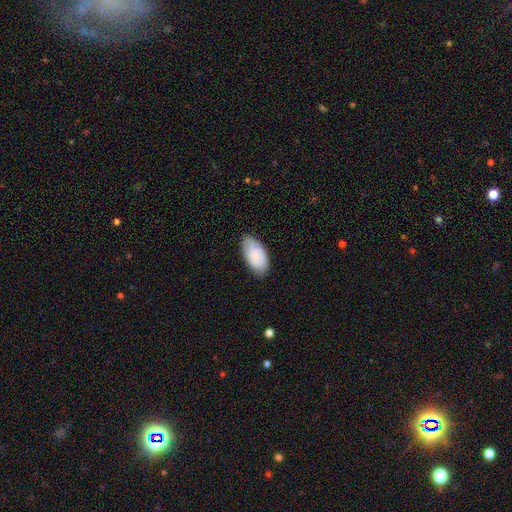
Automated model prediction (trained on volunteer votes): Smooth or featured: smooth — 79% (featured or disk — 15%)
How rounded: in between — 95% (round — 3%)
Merging: none — 74% (minor disturbance — 22%)